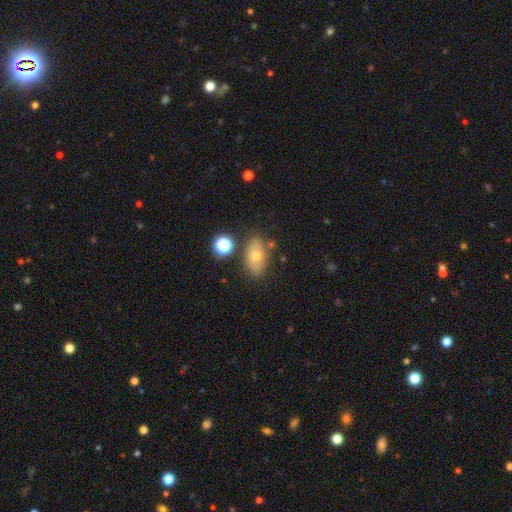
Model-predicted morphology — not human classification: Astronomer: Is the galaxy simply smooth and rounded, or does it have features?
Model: smooth — 66%.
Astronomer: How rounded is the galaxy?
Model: in between — 84%.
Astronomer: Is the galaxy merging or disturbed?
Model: none — 73%.